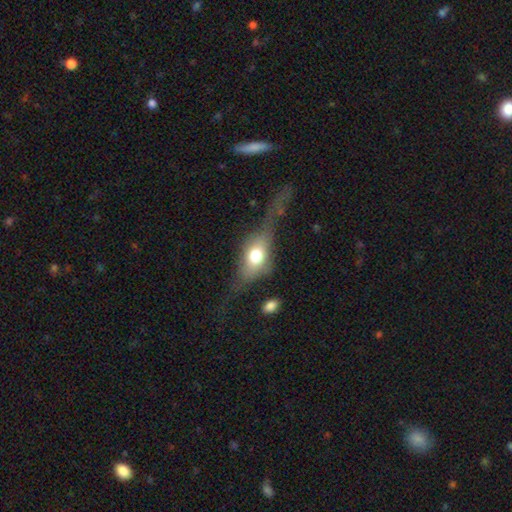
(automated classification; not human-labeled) A smooth galaxy with no disk features (51%) that is in between round and cigar-shaped (67%). Merging: none (41%).